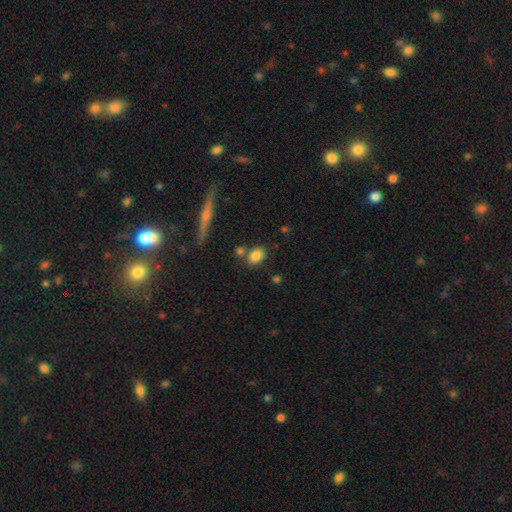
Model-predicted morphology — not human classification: A smooth galaxy with no disk features (83%) that is in between round and cigar-shaped (77%). Merging: none (70%).